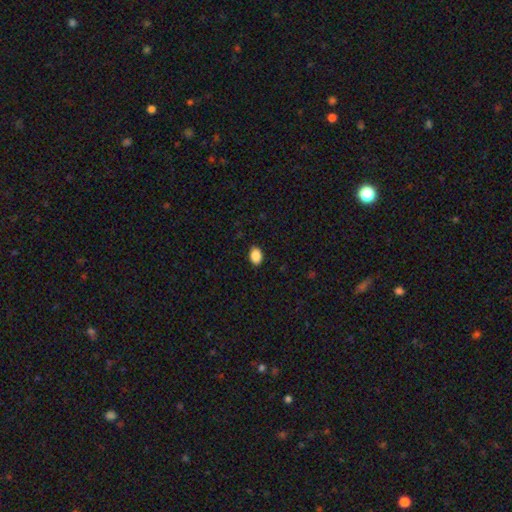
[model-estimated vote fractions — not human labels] This is clearly a smooth galaxy (89%). How rounded: clearly in between (80%). Merging: clearly none (90%).